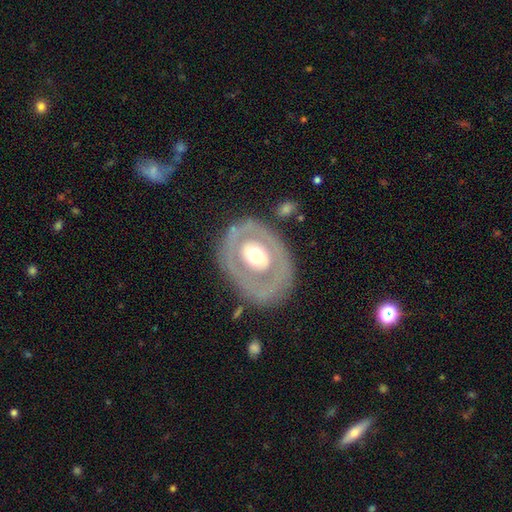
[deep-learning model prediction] Smooth or featured? featured or disk (64%)
Edge-on disk? no (93%)
Bar? no (75%)
Spiral arms? no (84%)
Bulge size? moderate (56%)
Merging? none (75%)